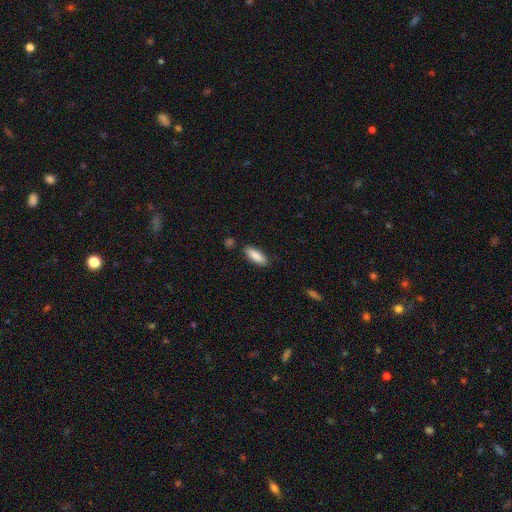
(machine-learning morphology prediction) Overall: smooth (88%). How rounded: in between (58%; cigar-shaped 40%). Merging: none (86%).